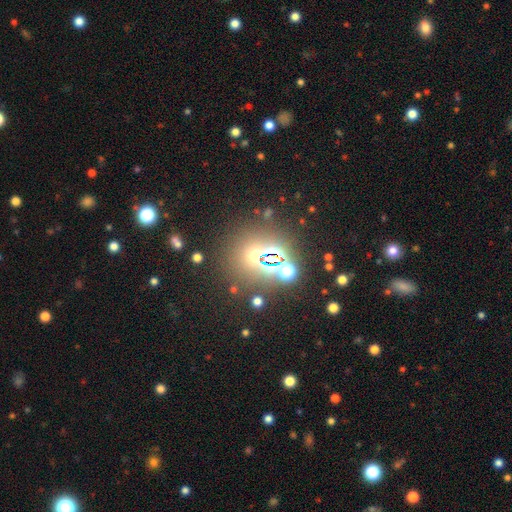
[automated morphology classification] A star or artifact, not a galaxy (46%).

Vote fractions:
- Smooth or featured? star or artifact: 46% / smooth: 45% / featured or disk: 10%